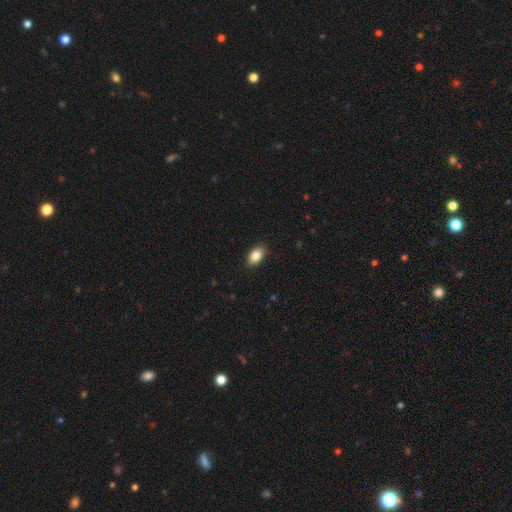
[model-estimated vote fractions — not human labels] A smooth galaxy with no disk features (86%) that is in between round and cigar-shaped (89%).

Vote fractions:
- Smooth or featured? smooth: 86% / star or artifact: 8% / featured or disk: 6%
- How rounded? in between: 89% / round: 9% / cigar-shaped: 2%
- Merging? none: 88% / minor disturbance: 9% / major disturbance: 2% / merger: 1%